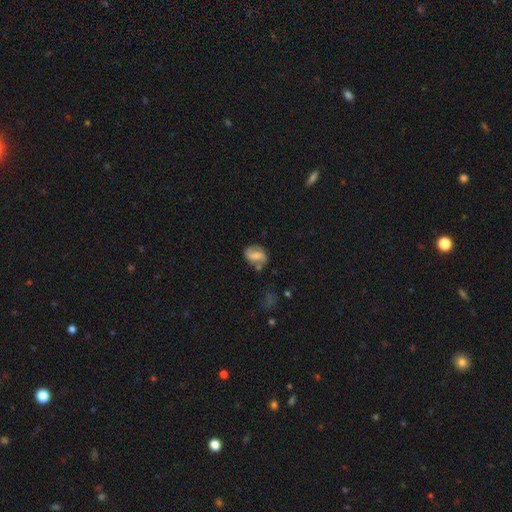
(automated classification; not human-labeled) Overall: featured or disk (61%; smooth 31%). Edge-on disk: no (97%). Bar: weak (45%; no 34%). Spiral arms: yes (89%). Spiral arm count: 2 (88%). Spiral winding: loose (45%; medium 38%). Bulge size: moderate (43%; small 38%). Merging: none (66%).